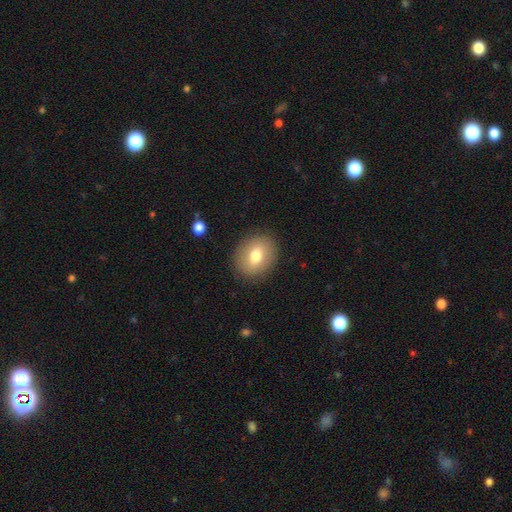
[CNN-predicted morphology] A smooth galaxy with no disk features (73%) that is round (57%). Merging: none (88%).